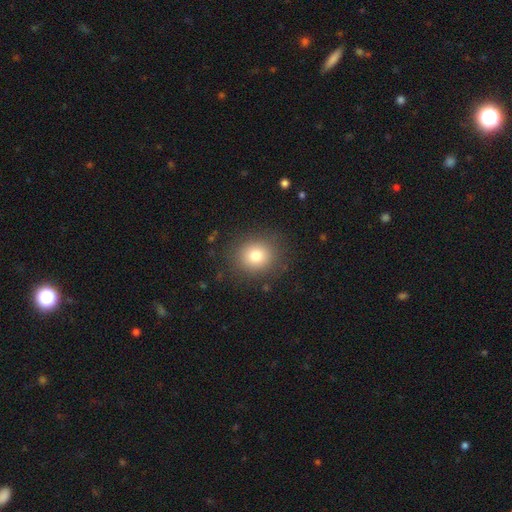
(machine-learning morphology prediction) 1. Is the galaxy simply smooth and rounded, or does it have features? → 80% smooth, 12% star or artifact, 9% featured or disk.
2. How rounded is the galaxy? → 77% round, 22% in between, 1% cigar-shaped.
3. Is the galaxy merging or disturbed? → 86% none, 9% minor disturbance, 4% major disturbance, 1% merger.